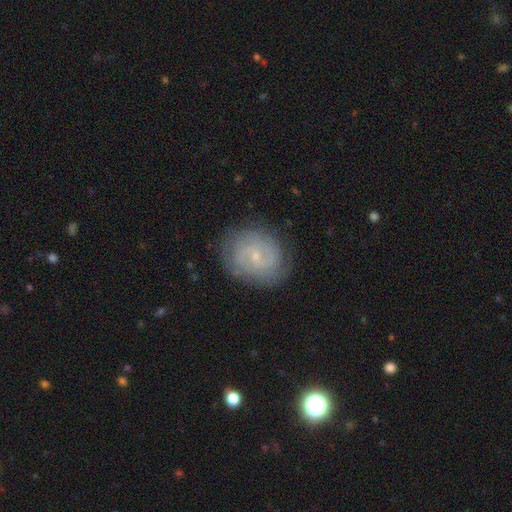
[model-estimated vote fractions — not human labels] This appears to be a featured or disk galaxy (76%) with no bar (50%), 2 (48%) tight (60%) spiral arms (93%) and a small central bulge (79%). Merging: none (82%).